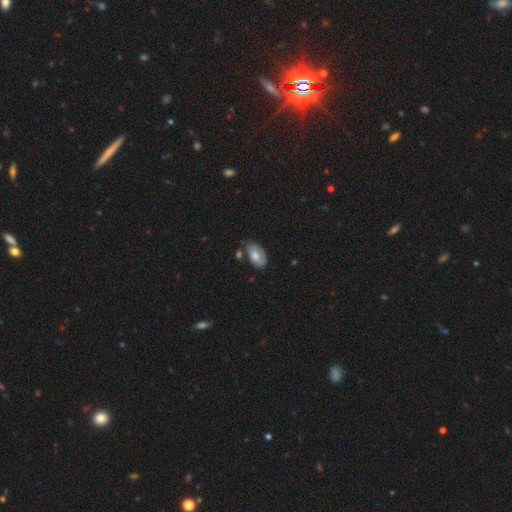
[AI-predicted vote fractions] Smooth or featured?
  - smooth: 72% *
  - featured or disk: 21%
  - star or artifact: 7%
How rounded?
  - in between: 93% *
  - round: 5%
  - cigar-shaped: 2%
Merging?
  - none: 62% *
  - minor disturbance: 25%
  - merger: 8%
  - major disturbance: 6%